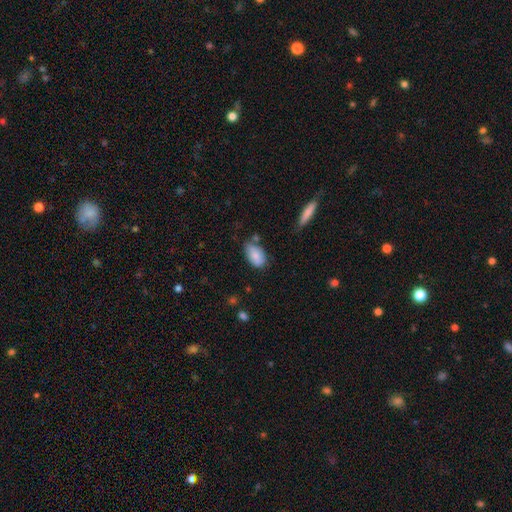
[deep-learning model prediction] smooth-or-featured: smooth: 83% | featured or disk: 10% | star or artifact: 7%
  how-rounded: in between: 93% | round: 6% | cigar-shaped: 2%
  merging: none: 64% | minor disturbance: 25% | merger: 6% | major disturbance: 5%